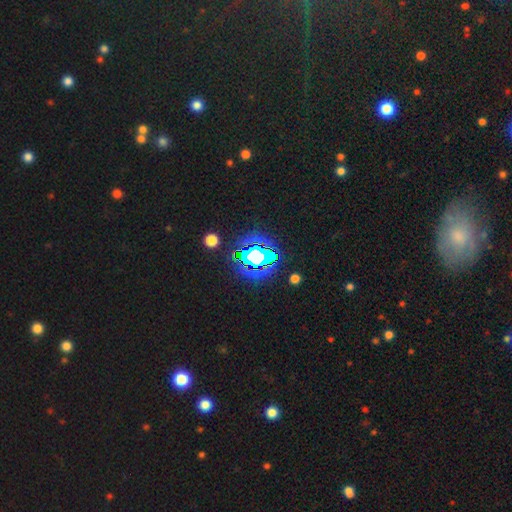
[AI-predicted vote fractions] A star or artifact, not a galaxy (67%).

Vote fractions:
- Smooth or featured? star or artifact: 67% / smooth: 18% / featured or disk: 15%